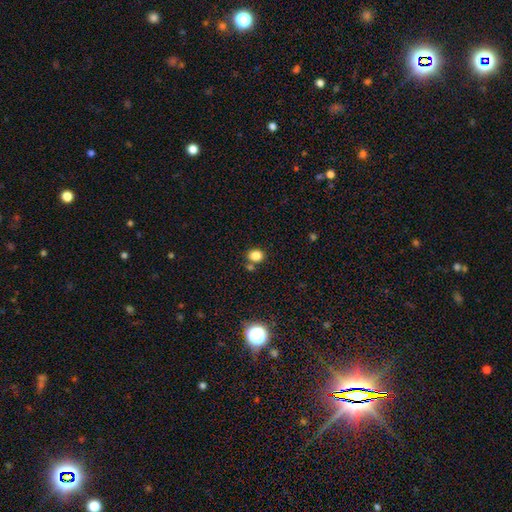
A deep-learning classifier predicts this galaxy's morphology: Q: Smooth or featured?
A: smooth (82%); runner-up: star or artifact (13%)
Q: How rounded?
A: round (68%); runner-up: in between (31%)
Q: Merging?
A: none (73%); runner-up: merger (14%)